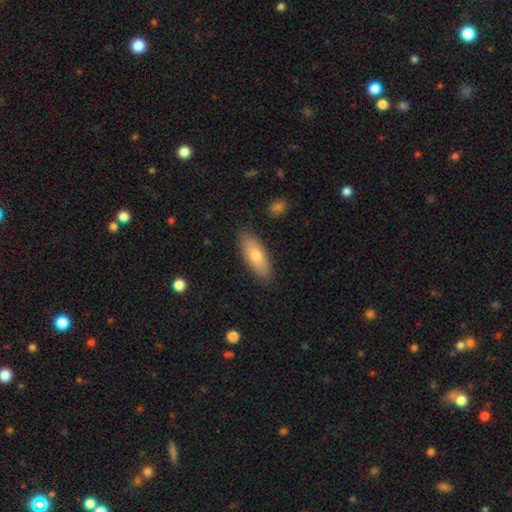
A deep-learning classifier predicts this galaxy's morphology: A smooth galaxy with no disk features (72%) that is in between round and cigar-shaped (68%).

Vote fractions:
- Smooth or featured? smooth: 72% / featured or disk: 21% / star or artifact: 7%
- How rounded? in between: 68% / cigar-shaped: 30% / round: 3%
- Merging? none: 87% / minor disturbance: 10% / major disturbance: 2% / merger: 1%